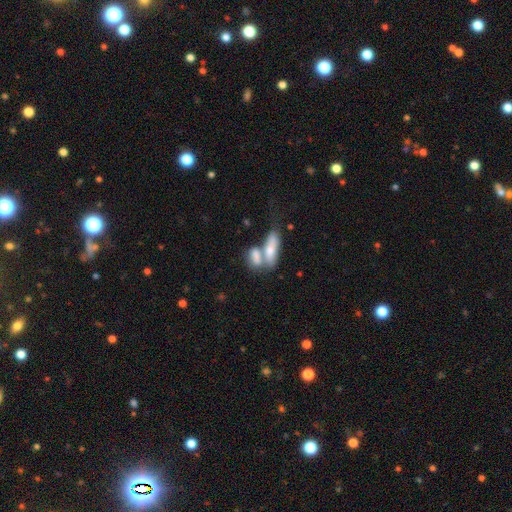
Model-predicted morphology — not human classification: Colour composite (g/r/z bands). It shows a smooth galaxy with no disk features (71%) that is in between round and cigar-shaped (71%). Merging: merger (60%).